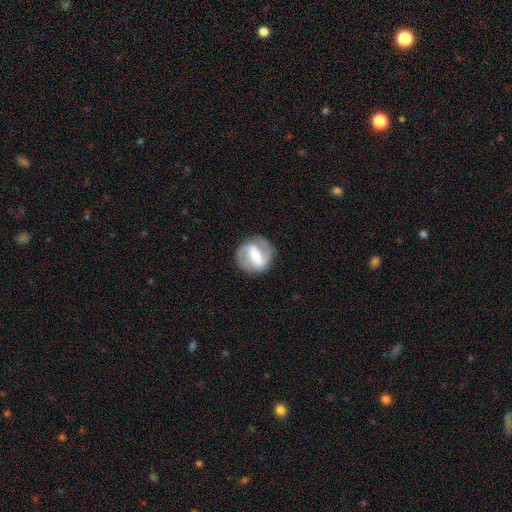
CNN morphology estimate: smooth_or_featured: featured or disk (p=0.75) [alt: smooth p=0.19]
disk_edge_on: no (p=0.96) [alt: yes p=0.04]
bar: strong (p=0.53) [alt: weak p=0.34]
has_spiral_arms: yes (p=0.86) [alt: no p=0.14]
spiral_winding: medium (p=0.45) [alt: tight p=0.32]
spiral_arm_count: 2 (p=0.86) [alt: can't tell p=0.07]
bulge_size: moderate (p=0.50) [alt: small p=0.39]
merging: none (p=0.83) [alt: minor disturbance p=0.11]